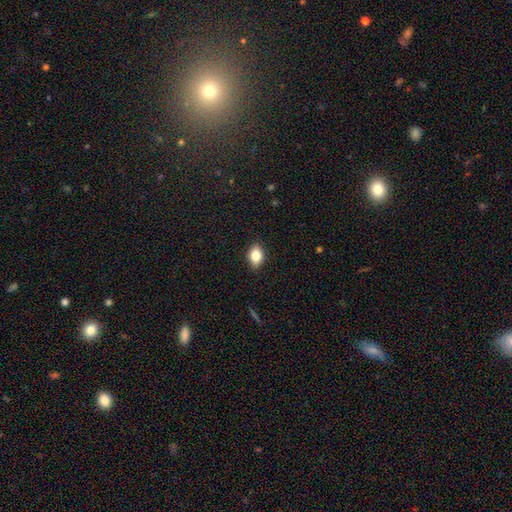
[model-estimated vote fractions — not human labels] The model was most divided on "how rounded": in between: 79%, round: 19%, cigar-shaped: 2%. More confident: merging — none (86%); smooth or featured — smooth (80%).